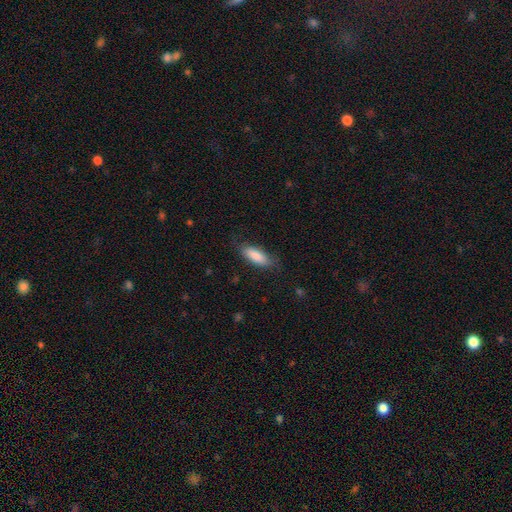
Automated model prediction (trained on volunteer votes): A smooth galaxy with no disk features (84%) that is in between round and cigar-shaped (67%). Merging: none (78%).